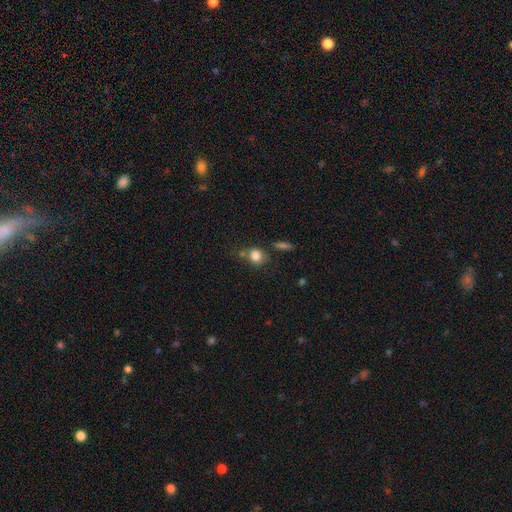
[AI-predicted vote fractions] This is clearly a smooth galaxy (81%). How rounded: likely round (74%). Merging: possibly none (58%).